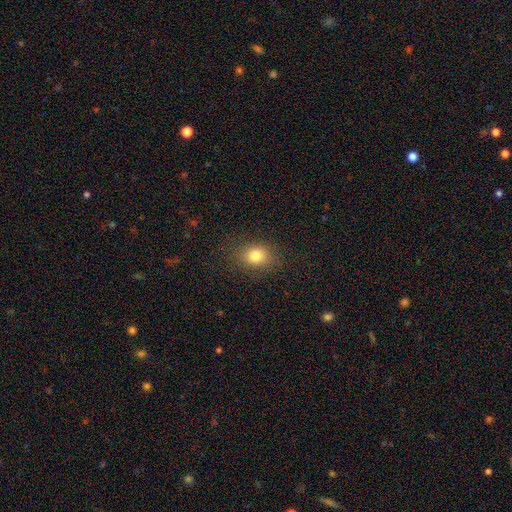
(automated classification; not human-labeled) smooth 80%, star or artifact 13%, featured or disk 8%. Down the decision tree: how rounded — round (53%); merging — none (85%).